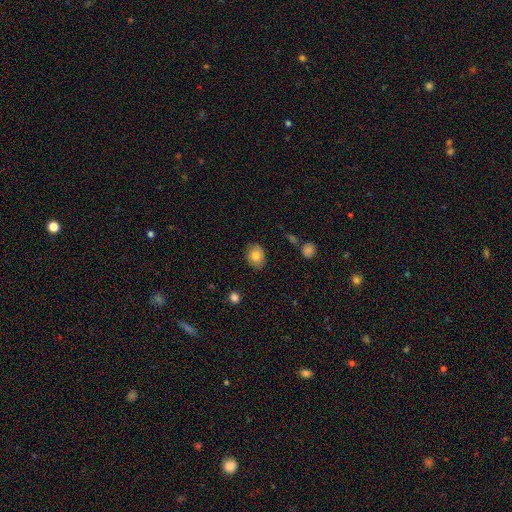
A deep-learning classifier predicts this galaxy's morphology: Smooth or featured?
  - smooth: 78% *
  - featured or disk: 13%
  - star or artifact: 8%
How rounded?
  - in between: 58% *
  - round: 41%
  - cigar-shaped: 1%
Merging?
  - none: 85% *
  - minor disturbance: 12%
  - major disturbance: 2%
  - merger: 1%